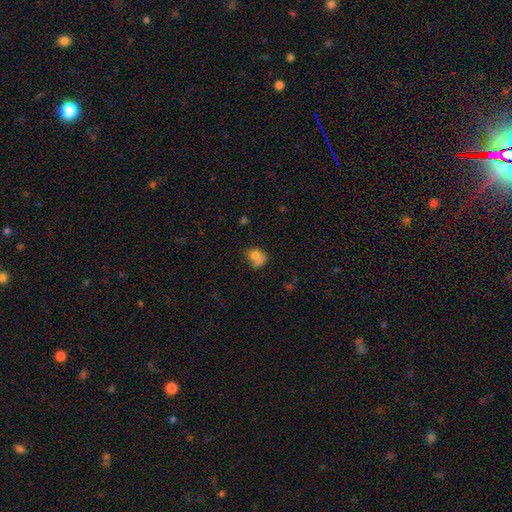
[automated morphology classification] A smooth galaxy with no disk features (73%) that is round (50%). Merging: merger (32%, tied with none).